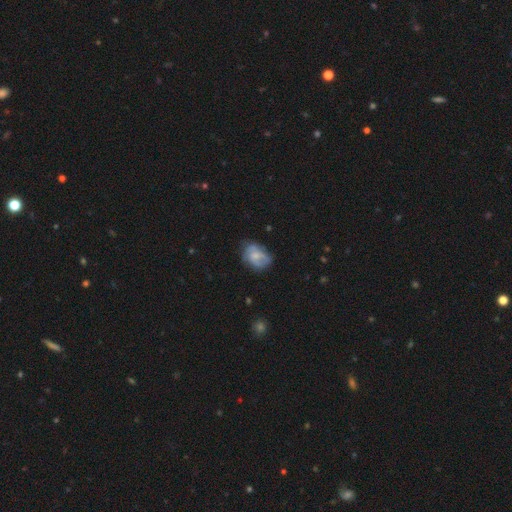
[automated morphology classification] smooth 52%, featured or disk 40%, star or artifact 8%. Down the decision tree: how rounded — in between (70%); merging — none (51%).